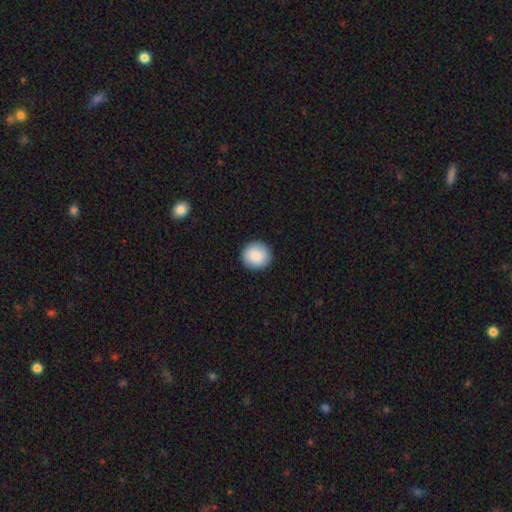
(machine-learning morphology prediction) Q: Smooth or featured?
A: smooth (88%); runner-up: star or artifact (7%)
Q: How rounded?
A: round (92%); runner-up: in between (7%)
Q: Merging?
A: none (91%); runner-up: minor disturbance (6%)